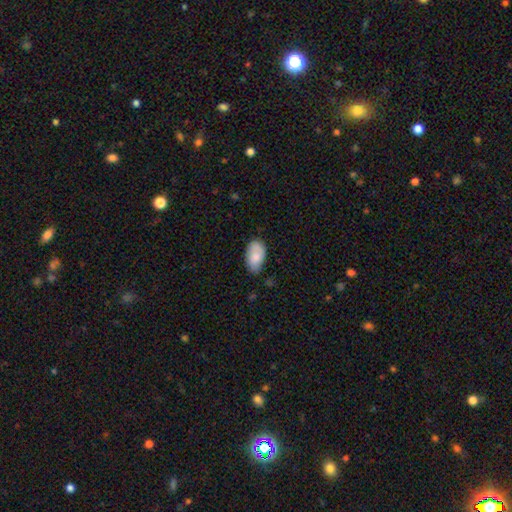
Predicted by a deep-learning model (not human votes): Smooth or featured? smooth (80%)
How rounded? in between (94%)
Merging? none (66%)